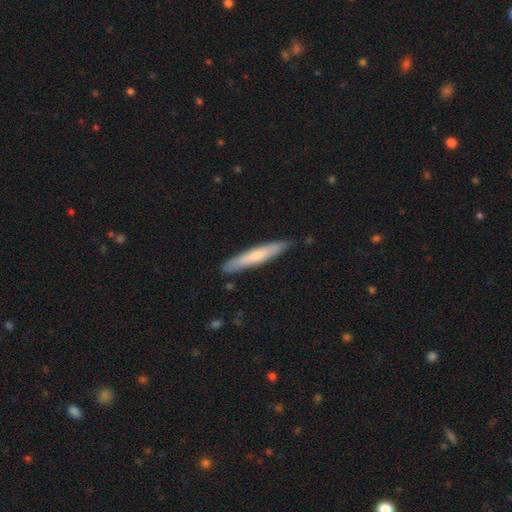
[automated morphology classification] Smooth or featured? smooth (65%)
How rounded? cigar-shaped (93%)
Merging? none (88%)